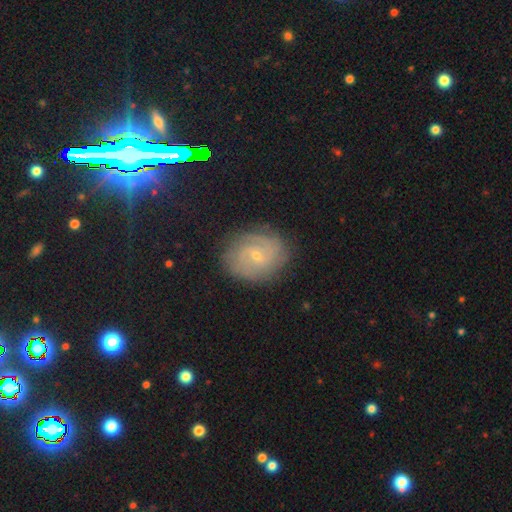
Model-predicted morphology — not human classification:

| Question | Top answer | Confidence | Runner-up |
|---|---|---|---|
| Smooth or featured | featured or disk | 76% | smooth (17%) |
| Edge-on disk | no | 97% | yes (3%) |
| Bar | no | 50% | weak (42%) |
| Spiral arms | yes | 93% | no (7%) |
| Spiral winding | tight | 57% | medium (33%) |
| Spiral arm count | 2 | 42% | can't tell (29%) |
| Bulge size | small | 75% | moderate (21%) |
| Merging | none | 81% | minor disturbance (13%) |